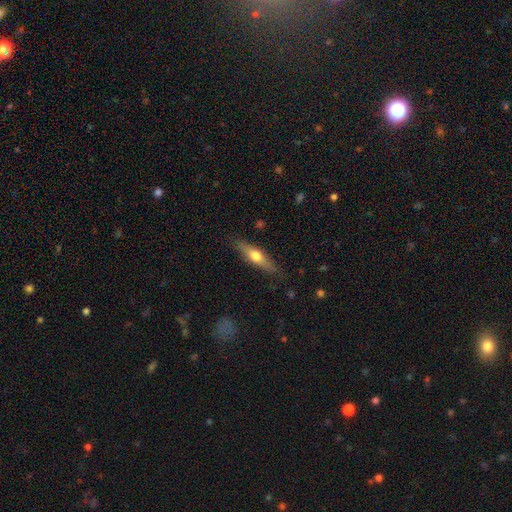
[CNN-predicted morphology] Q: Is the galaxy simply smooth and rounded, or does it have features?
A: featured or disk — 49%.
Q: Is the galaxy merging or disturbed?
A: none — 85%.